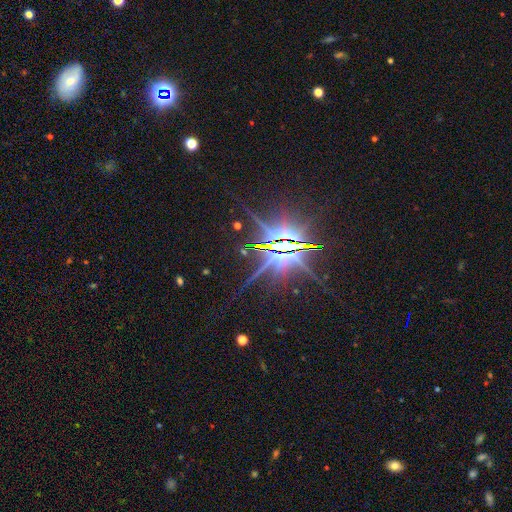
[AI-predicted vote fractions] Smooth or featured?
  - star or artifact: 83% *
  - featured or disk: 12%
  - smooth: 6%